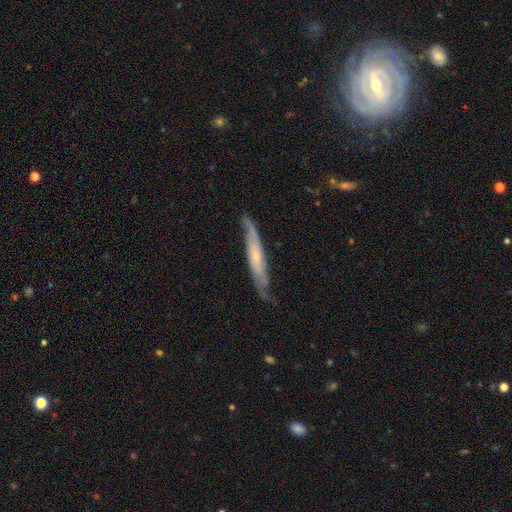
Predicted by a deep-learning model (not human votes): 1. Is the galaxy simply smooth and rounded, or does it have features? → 73% featured or disk, 21% smooth, 5% star or artifact.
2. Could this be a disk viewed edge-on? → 51% no, 49% yes.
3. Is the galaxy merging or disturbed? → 69% none, 22% minor disturbance, 7% major disturbance, 2% merger.